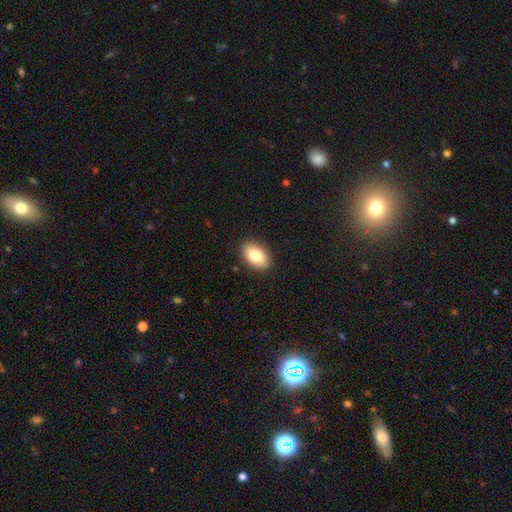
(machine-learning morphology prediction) Overall: smooth (84%). How rounded: in between (92%). Merging: none (89%).